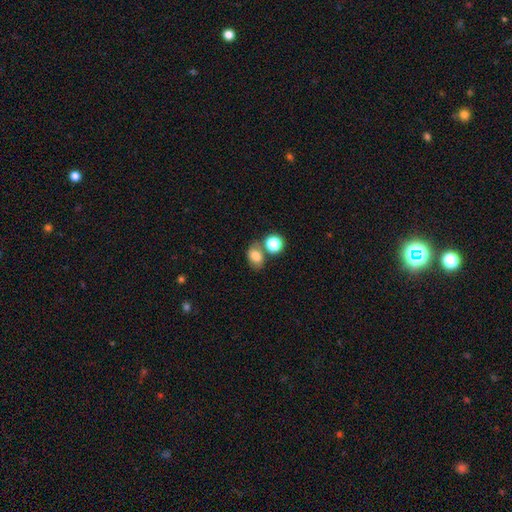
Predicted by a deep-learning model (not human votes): Overall: smooth (77%). How rounded: in between (71%). Merging: none (59%; merger 22%).